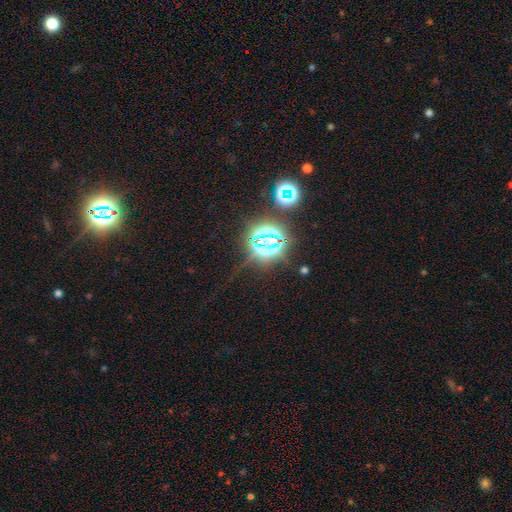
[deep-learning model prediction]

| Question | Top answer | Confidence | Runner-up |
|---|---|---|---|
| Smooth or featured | star or artifact | 76% | smooth (15%) |